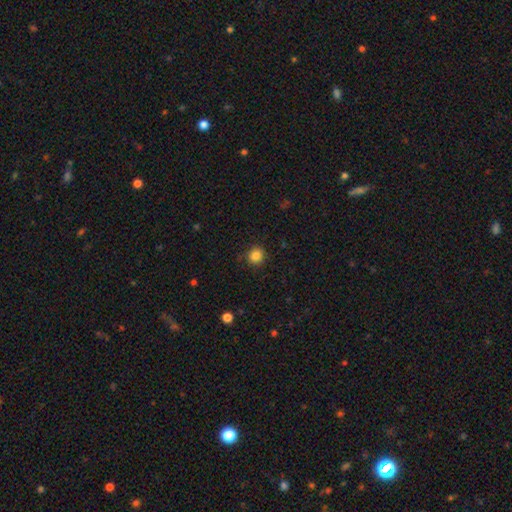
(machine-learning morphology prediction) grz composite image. It shows a smooth galaxy with no disk features (85%) that is round (90%). Merging: none (87%).